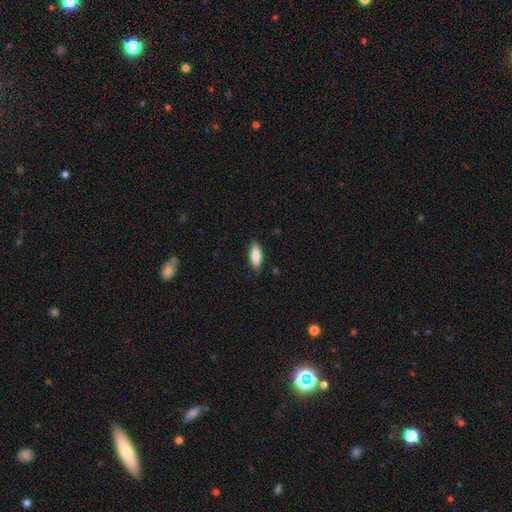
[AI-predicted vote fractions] smooth_or_featured: smooth (p=0.82) [alt: featured or disk p=0.12]
how_rounded: in between (p=0.72) [alt: cigar-shaped p=0.26]
merging: none (p=0.86) [alt: minor disturbance p=0.11]